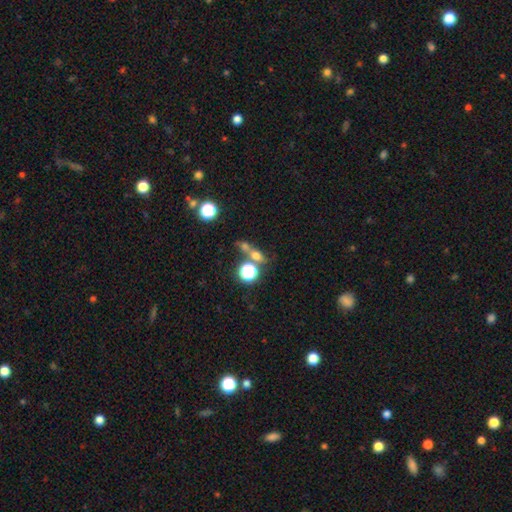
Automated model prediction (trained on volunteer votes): A smooth galaxy with no disk features (56%) that is round (49%).

Vote fractions:
- Smooth or featured? smooth: 56% / star or artifact: 27% / featured or disk: 16%
- How rounded? round: 49% / in between: 40% / cigar-shaped: 11%
- Merging? none: 46% / merger: 36% / minor disturbance: 11% / major disturbance: 8%